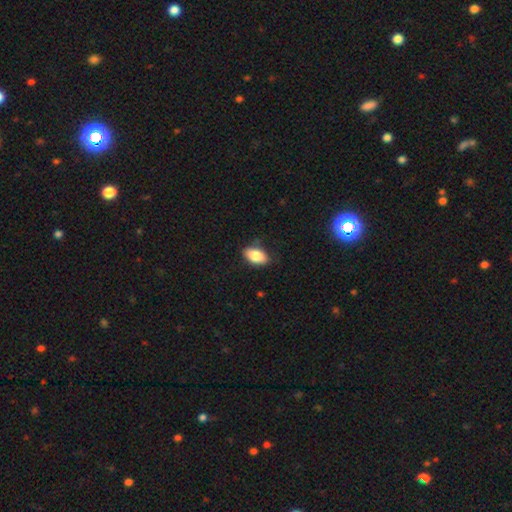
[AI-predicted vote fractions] The model was most divided on "merging": none: 82%, minor disturbance: 14%, major disturbance: 3%, merger: 1%. More confident: how rounded — in between (92%); smooth or featured — smooth (84%).